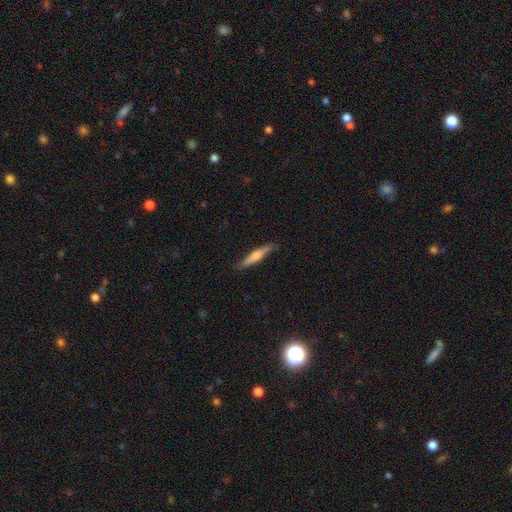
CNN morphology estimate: This appears to be a smooth galaxy with no disk features (58%) that is cigar-shaped (90%). Merging: none (81%).